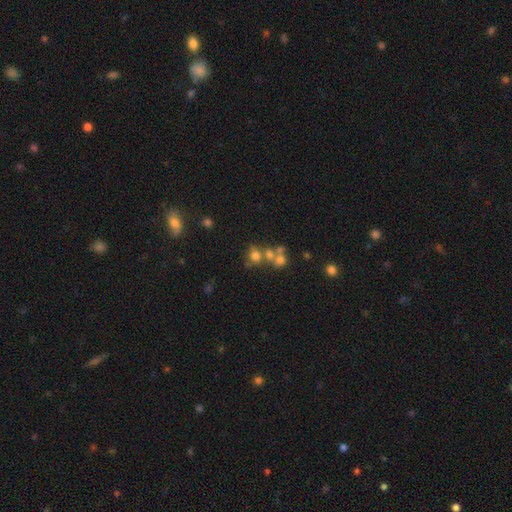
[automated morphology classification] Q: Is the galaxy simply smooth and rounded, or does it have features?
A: smooth — 62%.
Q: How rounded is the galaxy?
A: round — 76%.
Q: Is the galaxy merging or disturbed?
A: merger — 42%, tied with none.